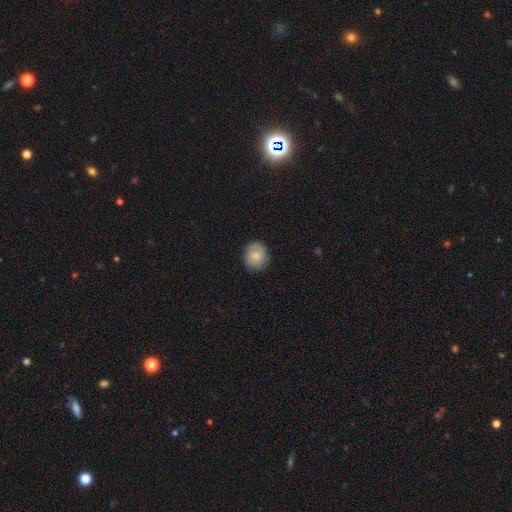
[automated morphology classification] smooth 80%, featured or disk 13%, star or artifact 7%. Down the decision tree: how rounded — round (73%); merging — none (83%).